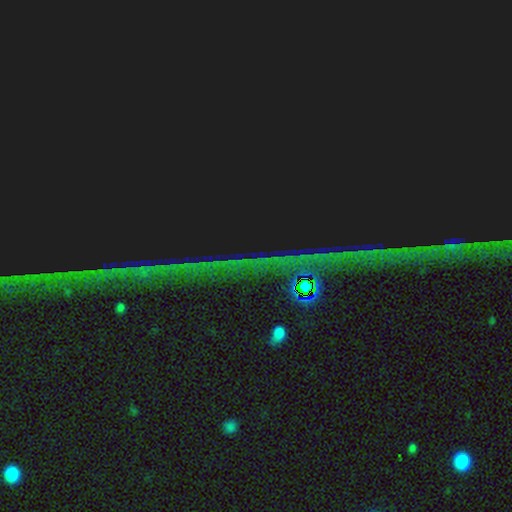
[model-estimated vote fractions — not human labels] smooth-or-featured: star or artifact: 88% | featured or disk: 7% | smooth: 5%